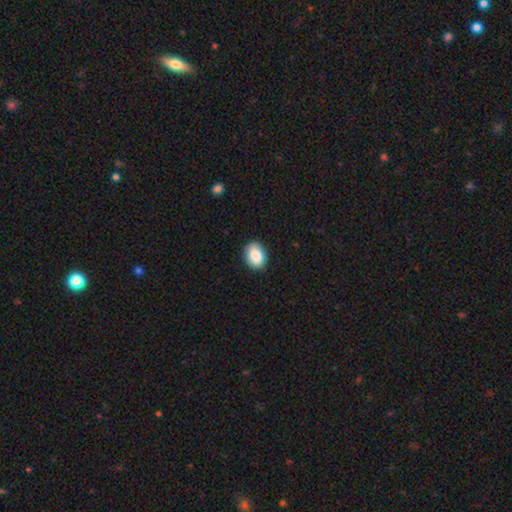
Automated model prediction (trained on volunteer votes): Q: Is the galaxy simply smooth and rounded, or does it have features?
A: smooth — 87%.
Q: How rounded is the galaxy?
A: in between — 76%.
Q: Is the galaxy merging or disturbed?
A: none — 86%.